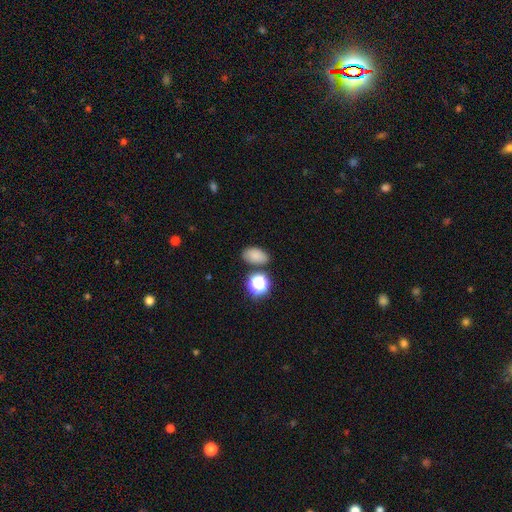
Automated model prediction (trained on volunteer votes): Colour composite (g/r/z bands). It shows a smooth galaxy with no disk features (79%) that is in between round and cigar-shaped (85%). Merging: none (76%).